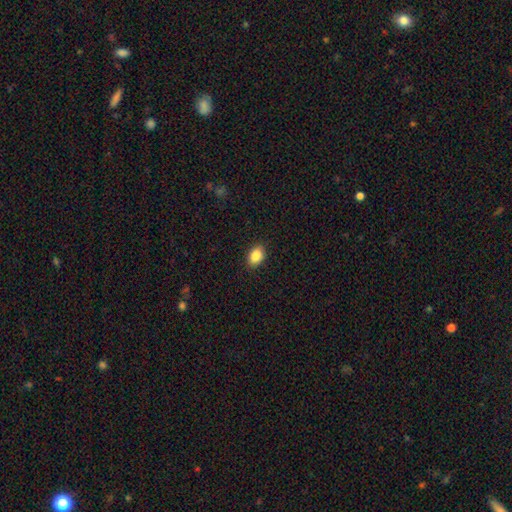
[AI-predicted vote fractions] Smooth or featured? Predicted: smooth (p=0.87). How rounded? Predicted: in between (p=0.79). Merging? Predicted: none (p=0.89).